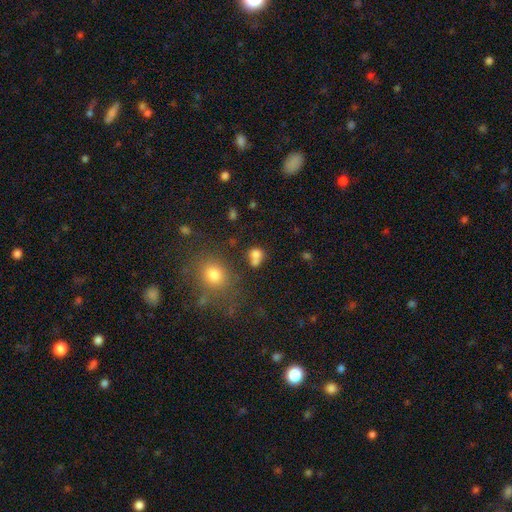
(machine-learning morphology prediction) smooth-or-featured: smooth: 75% | star or artifact: 15% | featured or disk: 11%
  how-rounded: round: 67% | in between: 31% | cigar-shaped: 1%
  merging: merger: 43% | none: 39% | minor disturbance: 11% | major disturbance: 6%